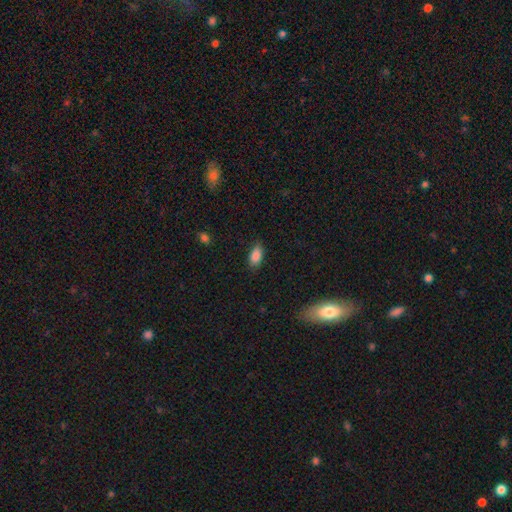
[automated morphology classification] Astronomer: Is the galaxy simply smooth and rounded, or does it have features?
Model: smooth — 86%.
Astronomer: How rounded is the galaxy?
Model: in between — 90%.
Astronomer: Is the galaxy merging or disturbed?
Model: none — 82%.